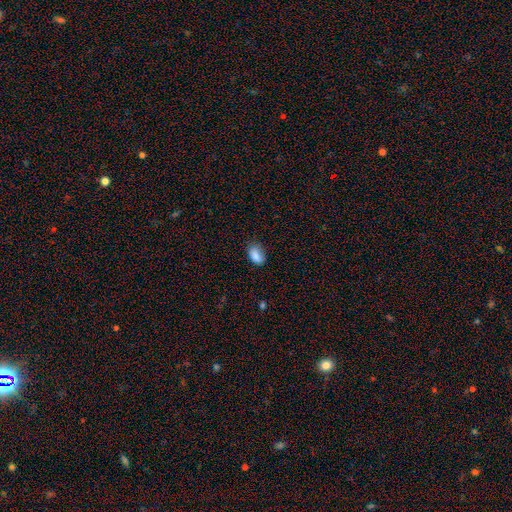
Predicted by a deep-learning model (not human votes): The model was most divided on "merging": none: 71%, minor disturbance: 23%, major disturbance: 4%, merger: 1%. More confident: how rounded — in between (87%); smooth or featured — smooth (86%).